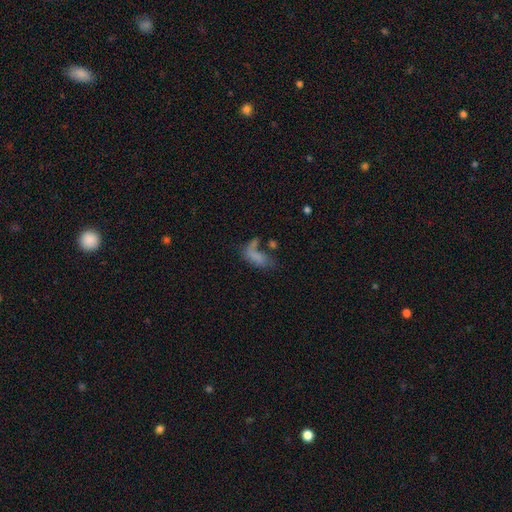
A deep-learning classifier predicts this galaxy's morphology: Q: Smooth or featured?
A: smooth (63%); runner-up: featured or disk (23%)
Q: How rounded?
A: in between (80%); runner-up: cigar-shaped (14%)
Q: Merging?
A: major disturbance (31%); runner-up: merger (28%)